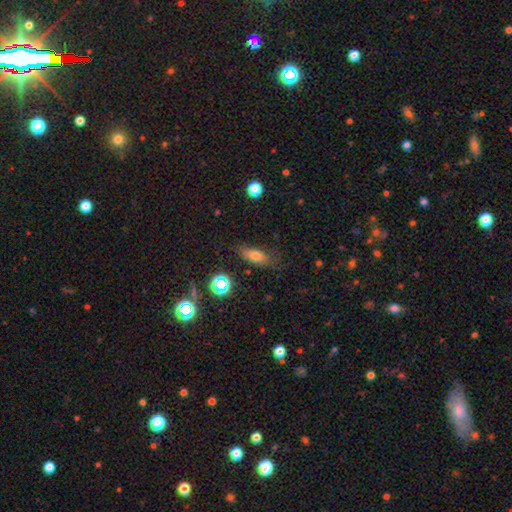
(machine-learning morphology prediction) Smooth or featured? Predicted: smooth (p=0.69). How rounded? Predicted: in between (p=0.68). Merging? Predicted: none (p=0.69).